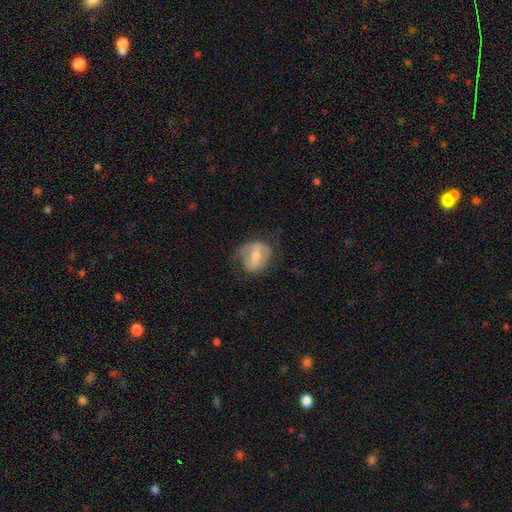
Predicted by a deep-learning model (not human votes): A featured or disk galaxy (50%).

Vote fractions:
- Smooth or featured? featured or disk: 50% / smooth: 44% / star or artifact: 7%
- Merging? none: 55% / minor disturbance: 27% / major disturbance: 17% / merger: 1%